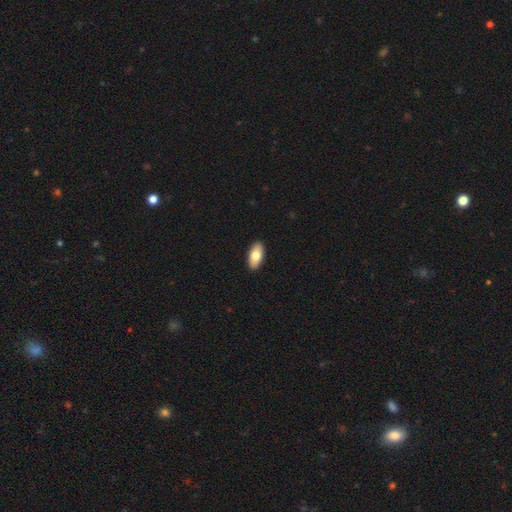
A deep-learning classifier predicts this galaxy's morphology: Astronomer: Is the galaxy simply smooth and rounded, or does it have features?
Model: smooth — 78%.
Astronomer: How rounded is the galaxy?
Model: in between — 92%.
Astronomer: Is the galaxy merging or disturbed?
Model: none — 91%.